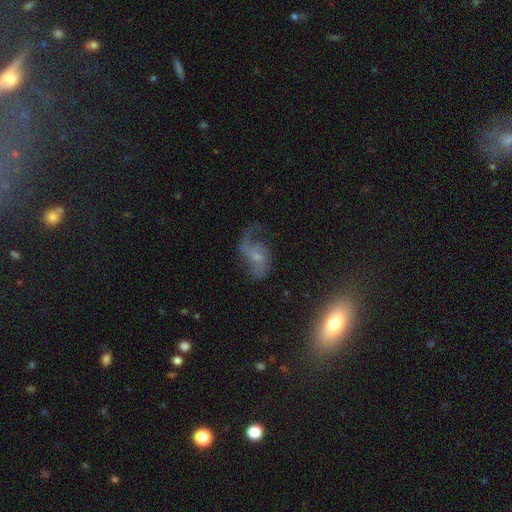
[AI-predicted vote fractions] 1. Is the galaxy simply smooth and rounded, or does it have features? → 73% featured or disk, 16% smooth, 10% star or artifact.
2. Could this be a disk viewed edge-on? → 96% no, 4% yes.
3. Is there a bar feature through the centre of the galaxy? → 58% no, 34% weak, 7% strong.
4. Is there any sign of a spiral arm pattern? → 88% yes, 12% no.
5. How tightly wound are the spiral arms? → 65% loose, 28% medium, 7% tight.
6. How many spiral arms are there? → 72% 2, 14% 1, 8% can't tell, 3% 3, 2% 4, 2% more than 4.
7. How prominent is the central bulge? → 62% small, 20% moderate, 14% none, 2% large, 1% dominant.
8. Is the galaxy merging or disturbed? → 46% none, 29% major disturbance, 21% minor disturbance, 4% merger.